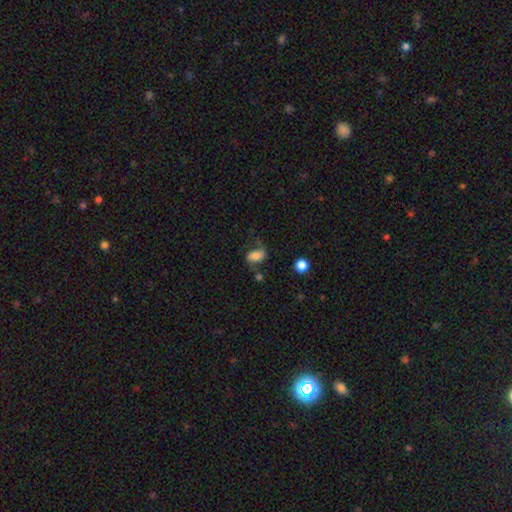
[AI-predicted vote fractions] Smooth or featured? smooth (73%)
How rounded? in between (86%)
Merging? none (53%)